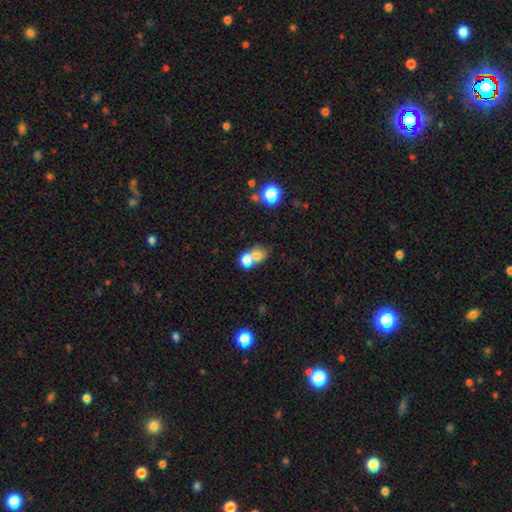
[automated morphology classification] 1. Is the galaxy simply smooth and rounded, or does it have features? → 72% smooth, 17% featured or disk, 11% star or artifact.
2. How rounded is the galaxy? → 54% round, 44% in between, 1% cigar-shaped.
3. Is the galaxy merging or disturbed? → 68% merger, 22% none, 6% minor disturbance, 4% major disturbance.